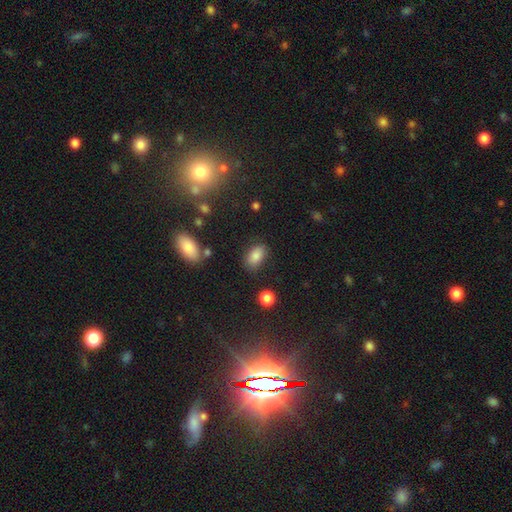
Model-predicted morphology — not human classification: This is clearly a smooth galaxy (84%). How rounded: clearly in between (90%). Merging: likely none (78%).